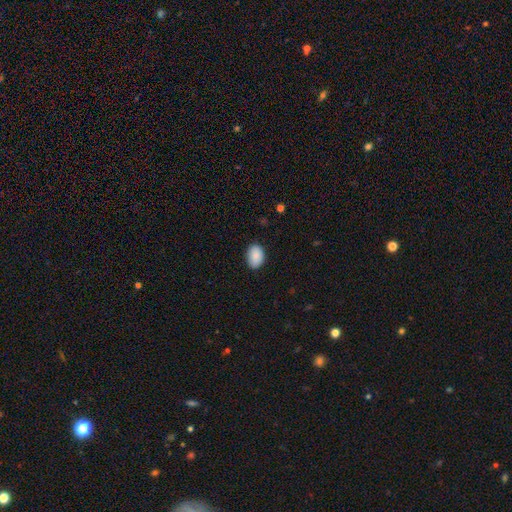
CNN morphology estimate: type=smooth (88%); roundness=in between (81%); merging=none (84%).